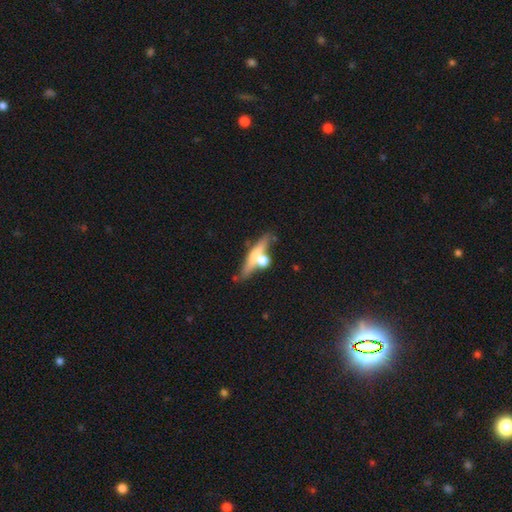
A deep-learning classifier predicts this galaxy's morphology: The model was most divided on "smooth or featured": featured or disk: 51%, smooth: 41%, star or artifact: 7%. More confident: edge-on disk — yes (86%); merging — none (58%).